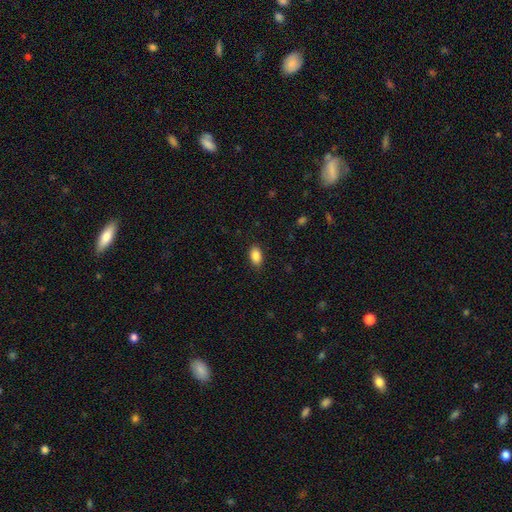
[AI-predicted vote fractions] A smooth galaxy with no disk features (88%) that is in between round and cigar-shaped (91%).

Vote fractions:
- Smooth or featured? smooth: 88% / star or artifact: 8% / featured or disk: 4%
- How rounded? in between: 91% / round: 7% / cigar-shaped: 2%
- Merging? none: 88% / minor disturbance: 9% / major disturbance: 2% / merger: 1%